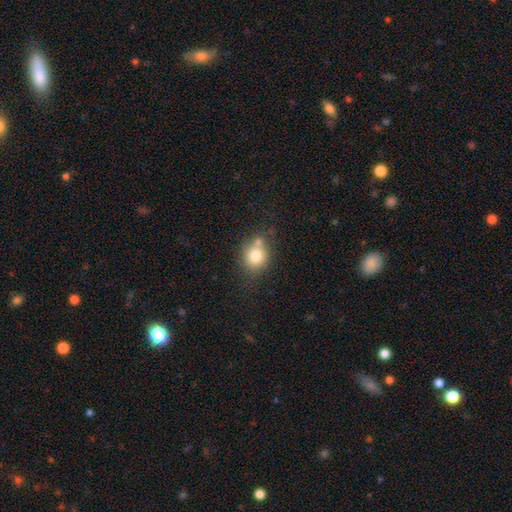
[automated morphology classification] This appears to be a smooth galaxy with no disk features (77%) that is round (68%). Merging: none (53%).